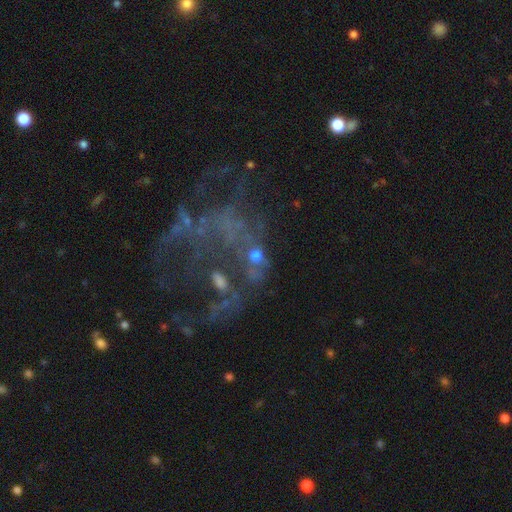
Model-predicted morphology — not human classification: This appears to be a smooth galaxy with no disk features (38%). Merging: none (36%).